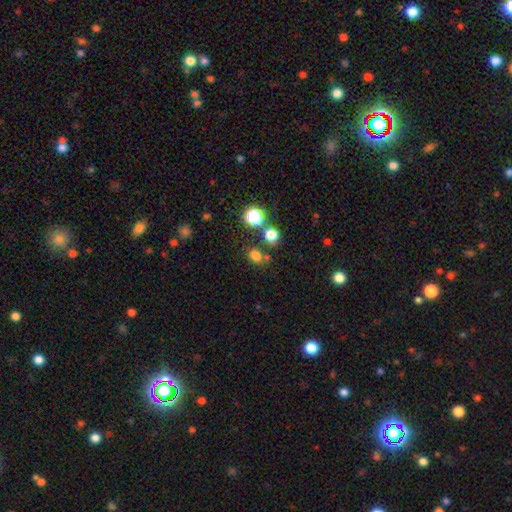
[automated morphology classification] This is likely a smooth galaxy (73%). How rounded: likely round (63%). Merging: likely none (70%).